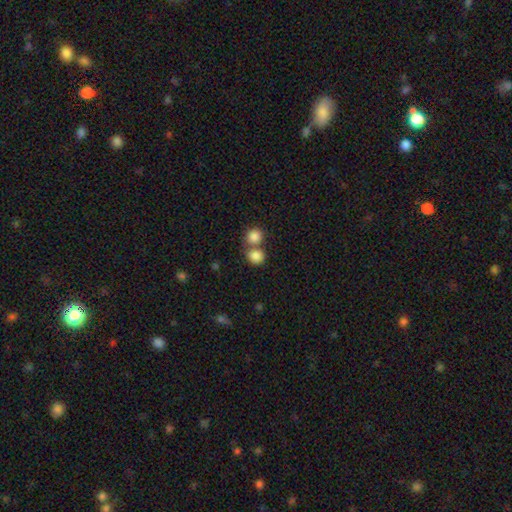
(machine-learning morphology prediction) This is clearly a smooth galaxy (84%). How rounded: likely round (80%). Merging: possibly none (46%).